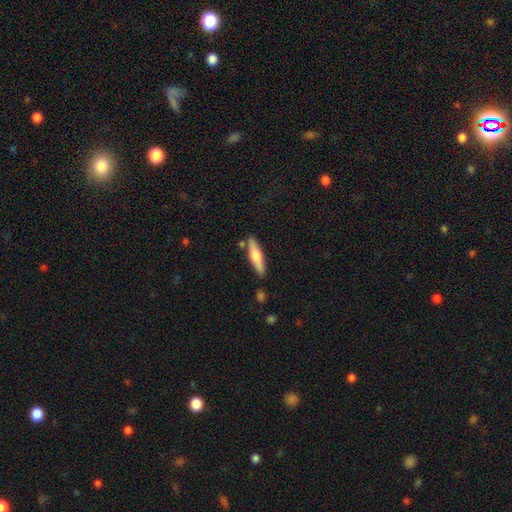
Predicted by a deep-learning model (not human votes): A smooth galaxy with no disk features (53%) that is cigar-shaped (76%).

Vote fractions:
- Smooth or featured? smooth: 53% / featured or disk: 41% / star or artifact: 5%
- How rounded? cigar-shaped: 76% / in between: 22% / round: 2%
- Merging? none: 81% / minor disturbance: 11% / merger: 5% / major disturbance: 2%